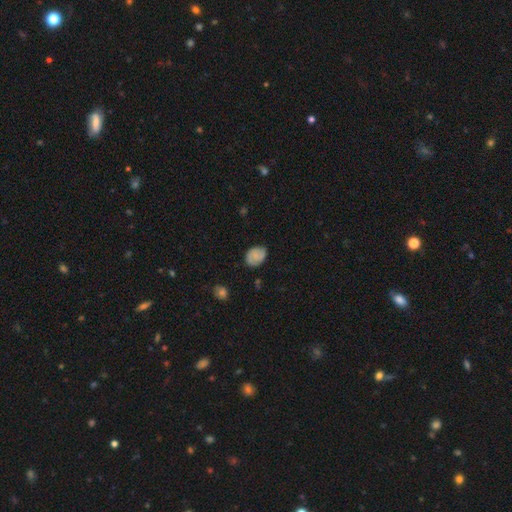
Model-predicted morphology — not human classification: smooth 66%, featured or disk 25%, star or artifact 9%. Down the decision tree: how rounded — in between (60%); merging — none (74%).